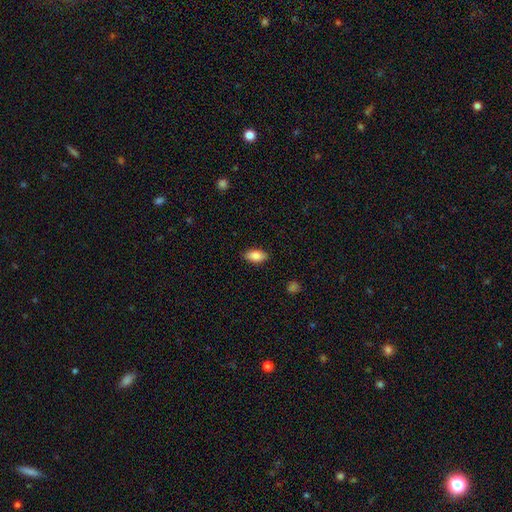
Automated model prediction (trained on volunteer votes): Smooth or featured? smooth (87%)
How rounded? in between (92%)
Merging? none (87%)